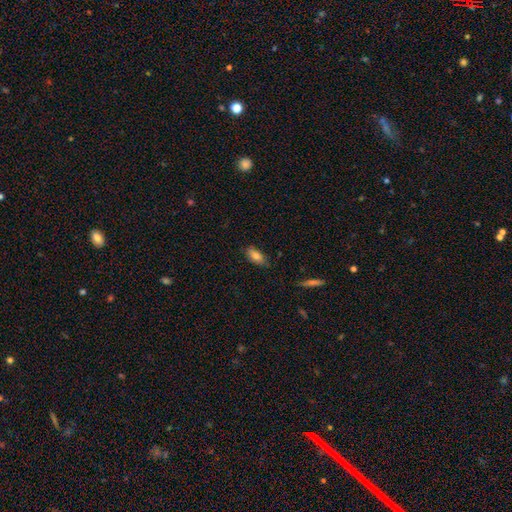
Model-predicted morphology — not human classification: smooth-or-featured: smooth: 81% | featured or disk: 11% | star or artifact: 8%
  how-rounded: in between: 87% | cigar-shaped: 10% | round: 3%
  merging: none: 73% | minor disturbance: 22% | major disturbance: 4% | merger: 2%